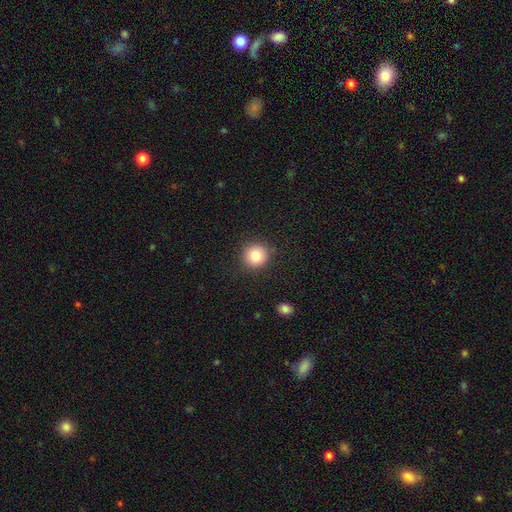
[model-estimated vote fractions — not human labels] This appears to be a smooth galaxy with no disk features (82%) that is round (93%). Merging: none (89%).